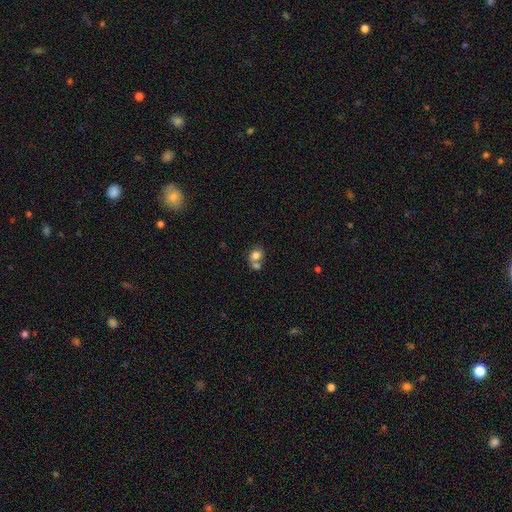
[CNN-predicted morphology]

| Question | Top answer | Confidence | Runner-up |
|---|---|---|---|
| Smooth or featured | smooth | 78% | featured or disk (12%) |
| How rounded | round | 59% | in between (40%) |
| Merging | merger | 47% | none (40%) |